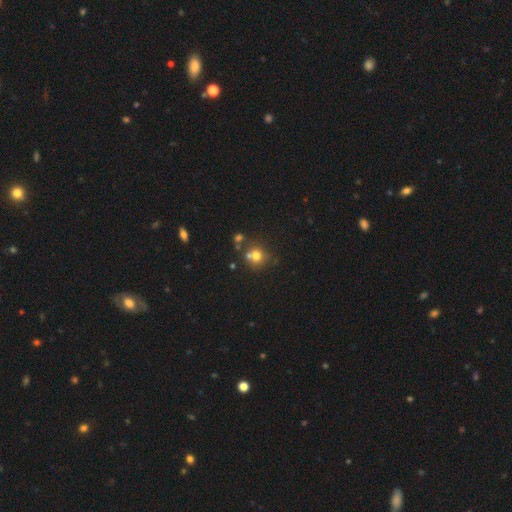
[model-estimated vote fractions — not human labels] Smooth or featured? smooth (71%)
How rounded? round (85%)
Merging? none (56%)